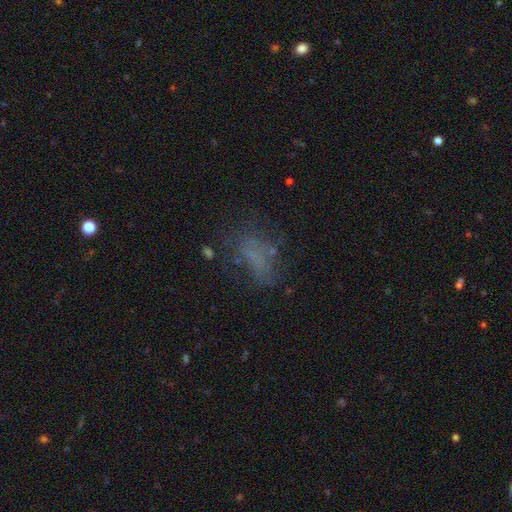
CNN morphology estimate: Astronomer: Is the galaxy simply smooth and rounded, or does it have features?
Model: smooth — 52%.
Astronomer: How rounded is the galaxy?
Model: in between — 79%.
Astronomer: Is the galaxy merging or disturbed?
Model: none — 54%.